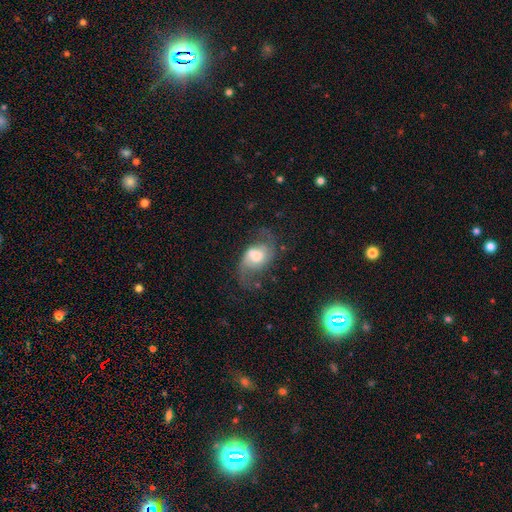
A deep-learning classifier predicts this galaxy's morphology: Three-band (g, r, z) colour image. It shows a featured or disk galaxy (73%) with no bar (51%), 2 (87%) loose (59%) spiral arms (90%) and a moderate central bulge (50%). Merging: none (49%).